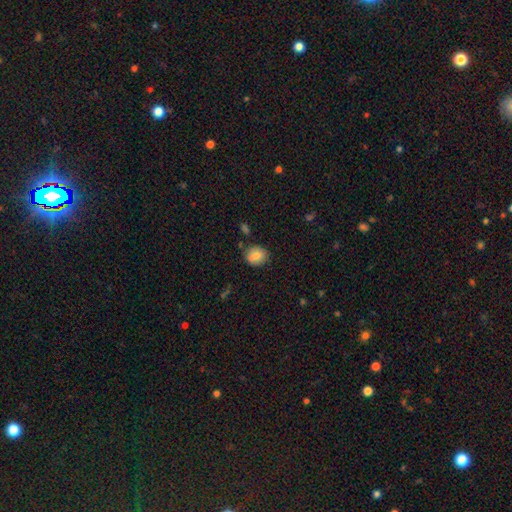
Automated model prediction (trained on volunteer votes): A smooth galaxy with no disk features (82%) that is round (65%). Merging: none (80%).